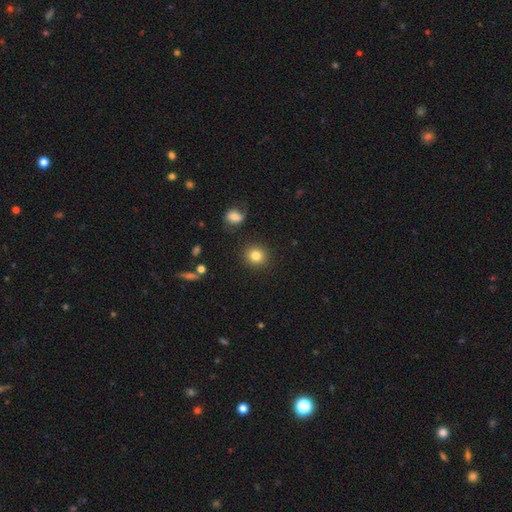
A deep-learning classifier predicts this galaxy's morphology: smooth_or_featured: smooth (p=0.83) [alt: star or artifact p=0.10]
how_rounded: round (p=0.86) [alt: in between p=0.13]
merging: none (p=0.90) [alt: minor disturbance p=0.06]